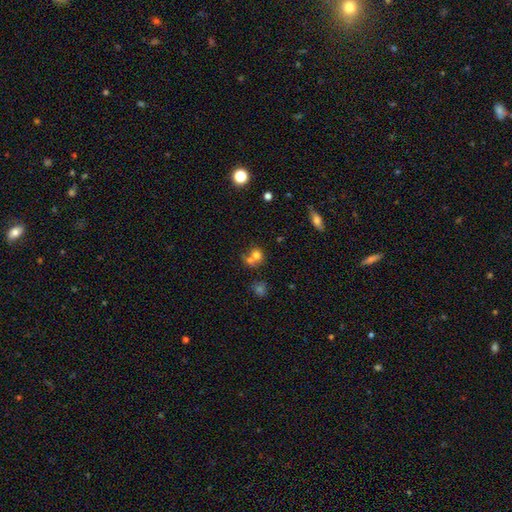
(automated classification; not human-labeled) Smooth or featured: smooth — 72% (featured or disk — 15%)
How rounded: round — 78% (in between — 21%)
Merging: merger — 51% (none — 36%)